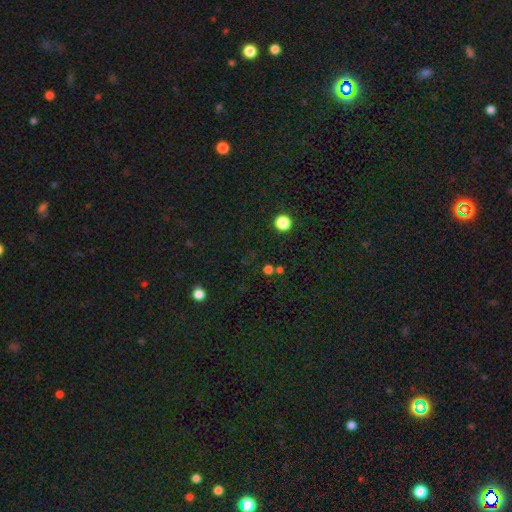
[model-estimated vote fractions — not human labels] smooth_or_featured: star or artifact (p=0.67) [alt: smooth p=0.25]